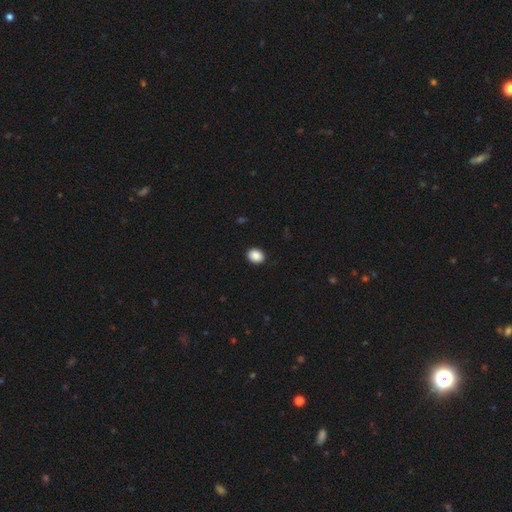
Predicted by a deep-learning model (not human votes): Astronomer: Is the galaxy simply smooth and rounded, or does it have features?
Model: smooth — 89%.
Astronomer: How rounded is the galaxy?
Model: in between — 53% (runner-up: round, 46%).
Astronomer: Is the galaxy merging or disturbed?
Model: none — 91%.